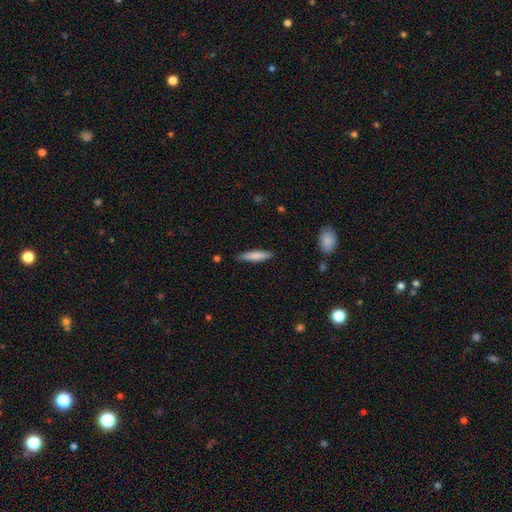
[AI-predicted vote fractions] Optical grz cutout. It shows a smooth galaxy with no disk features (80%) that is cigar-shaped (81%). Merging: none (85%).